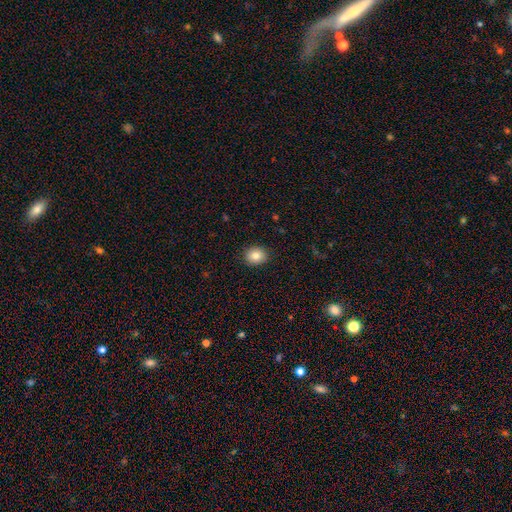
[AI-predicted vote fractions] smooth_or_featured: smooth (p=0.84) [alt: star or artifact p=0.09]
how_rounded: round (p=0.65) [alt: in between p=0.34]
merging: none (p=0.90) [alt: minor disturbance p=0.07]